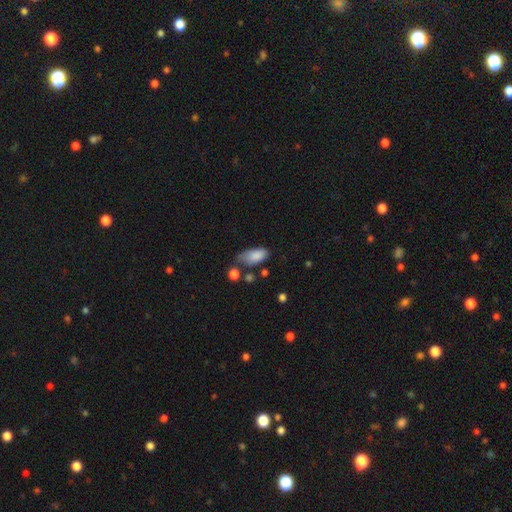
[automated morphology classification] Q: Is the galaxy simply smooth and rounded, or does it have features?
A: smooth — 85%.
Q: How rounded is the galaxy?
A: in between — 91%.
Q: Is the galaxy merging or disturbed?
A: none — 45%.